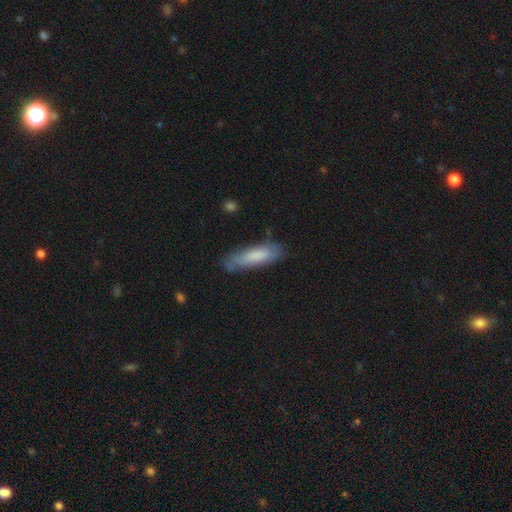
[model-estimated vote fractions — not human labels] smooth_or_featured: smooth (p=0.75) [alt: featured or disk p=0.19]
how_rounded: cigar-shaped (p=0.66) [alt: in between p=0.33]
merging: none (p=0.71) [alt: minor disturbance p=0.22]